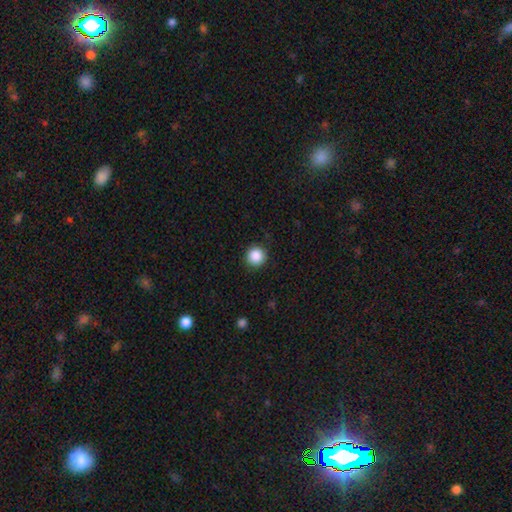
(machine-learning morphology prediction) type=smooth (88%); roundness=round (95%); merging=none (91%).